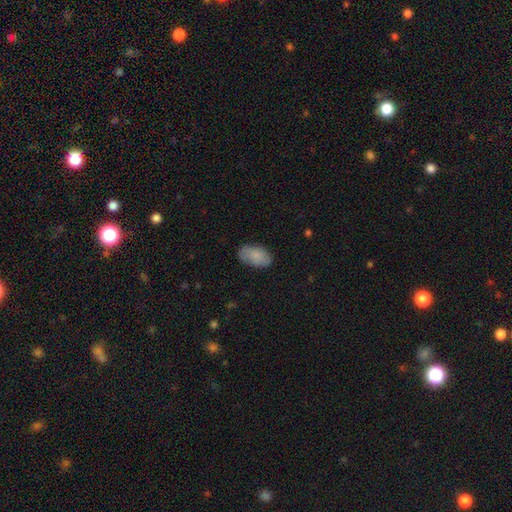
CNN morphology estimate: Q: Smooth or featured?
A: smooth (80%); runner-up: featured or disk (13%)
Q: How rounded?
A: in between (94%); runner-up: round (5%)
Q: Merging?
A: none (75%); runner-up: minor disturbance (19%)